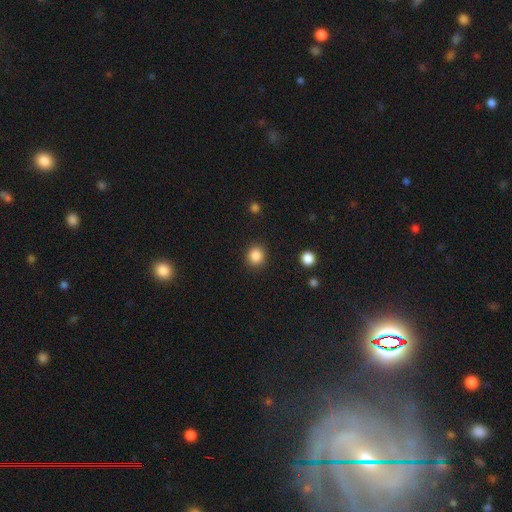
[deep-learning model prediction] A smooth galaxy with no disk features (87%) that is round (84%).

Vote fractions:
- Smooth or featured? smooth: 87% / star or artifact: 10% / featured or disk: 3%
- How rounded? round: 84% / in between: 15% / cigar-shaped: 1%
- Merging? none: 89% / minor disturbance: 7% / major disturbance: 3% / merger: 1%